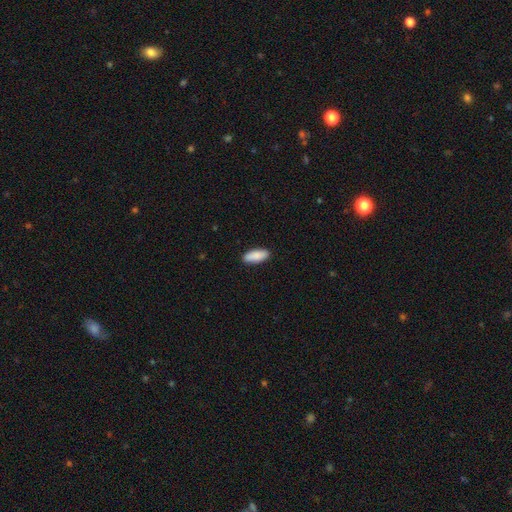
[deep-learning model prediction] Smooth or featured: smooth — 89% (star or artifact — 6%)
How rounded: in between — 81% (cigar-shaped — 17%)
Merging: none — 90% (minor disturbance — 8%)